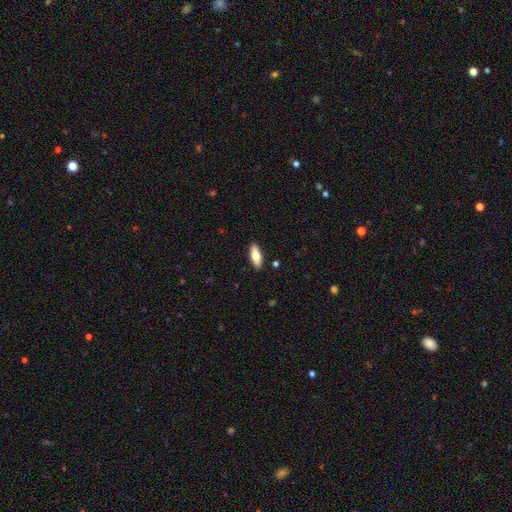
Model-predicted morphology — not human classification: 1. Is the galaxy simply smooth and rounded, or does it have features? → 71% smooth, 23% featured or disk, 6% star or artifact.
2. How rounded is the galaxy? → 66% in between, 32% cigar-shaped, 2% round.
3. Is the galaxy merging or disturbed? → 89% none, 8% minor disturbance, 2% major disturbance, 1% merger.